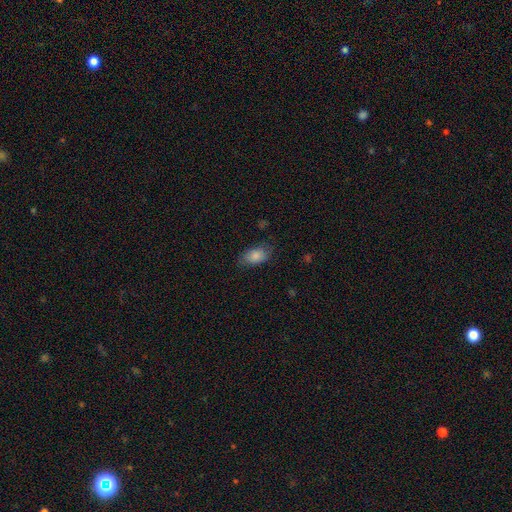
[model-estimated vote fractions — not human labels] A smooth galaxy with no disk features (85%) that is in between round and cigar-shaped (90%). Merging: none (75%).